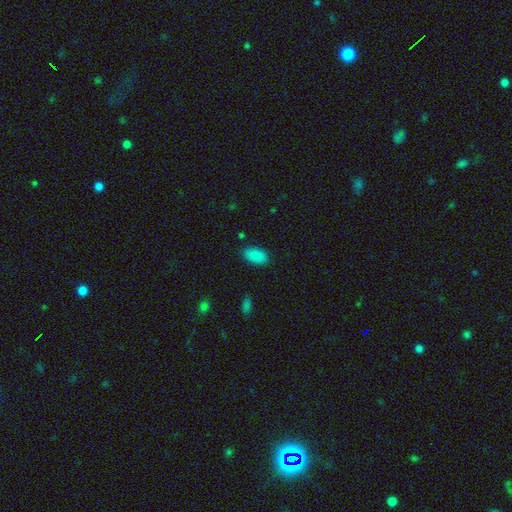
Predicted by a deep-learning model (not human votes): A smooth galaxy with no disk features (88%) that is in between round and cigar-shaped (94%).

Vote fractions:
- Smooth or featured? smooth: 88% / star or artifact: 9% / featured or disk: 3%
- How rounded? in between: 94% / round: 4% / cigar-shaped: 2%
- Merging? none: 85% / minor disturbance: 11% / major disturbance: 3% / merger: 1%